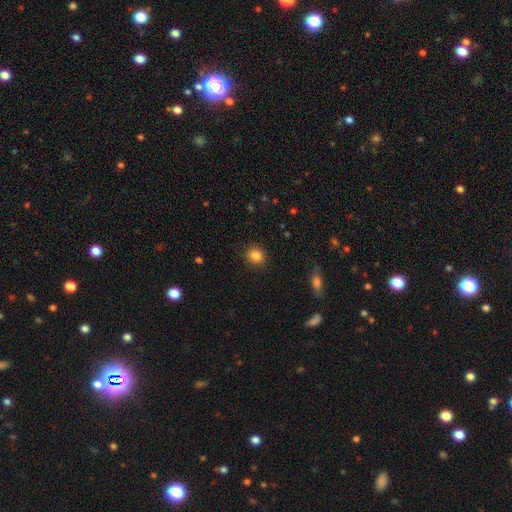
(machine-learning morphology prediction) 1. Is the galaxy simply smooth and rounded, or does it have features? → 85% smooth, 10% star or artifact, 5% featured or disk.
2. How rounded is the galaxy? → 75% round, 24% in between, 1% cigar-shaped.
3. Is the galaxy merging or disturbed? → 89% none, 7% minor disturbance, 2% major disturbance, 1% merger.